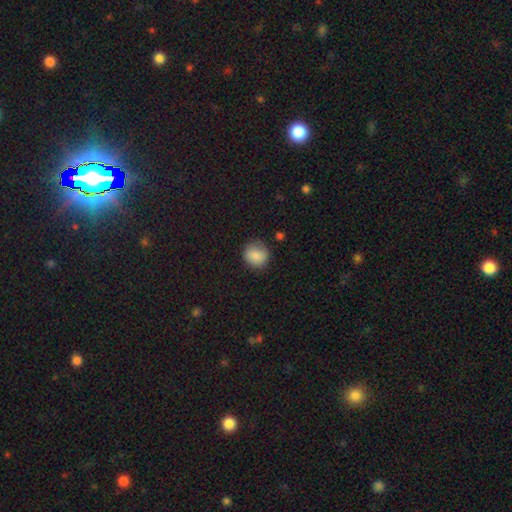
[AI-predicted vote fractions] Morphology: type=smooth (85%); roundness=round (86%); merging=none (80%).